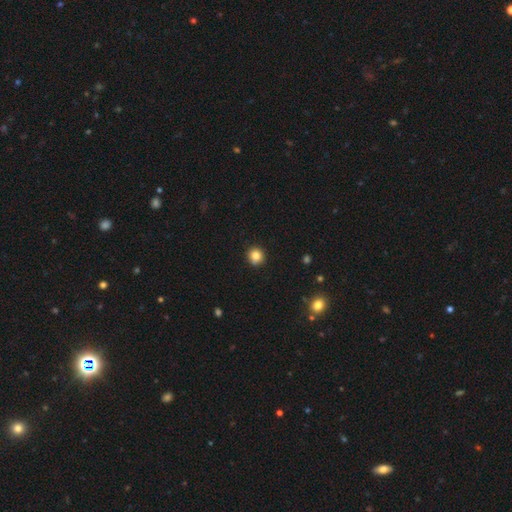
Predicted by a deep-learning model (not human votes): Overall: smooth (83%). How rounded: round (91%). Merging: none (87%).